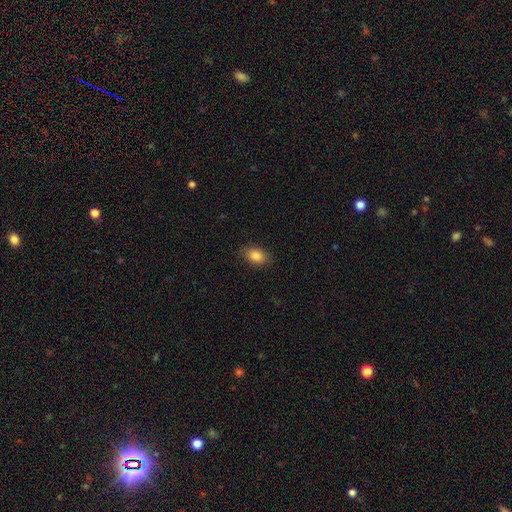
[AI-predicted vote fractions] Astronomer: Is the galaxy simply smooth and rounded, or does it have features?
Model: smooth — 85%.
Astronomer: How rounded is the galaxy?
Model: in between — 85%.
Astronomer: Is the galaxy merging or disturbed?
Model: none — 87%.